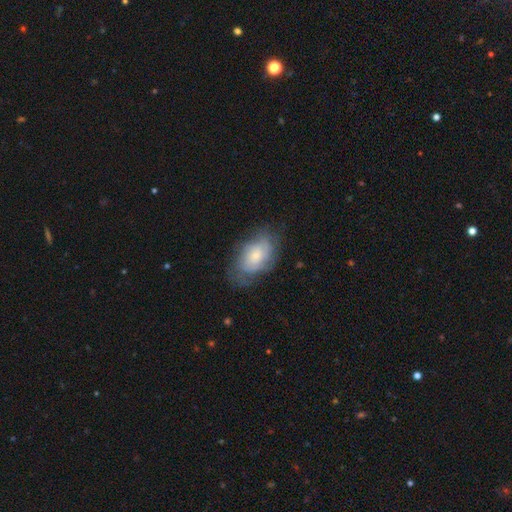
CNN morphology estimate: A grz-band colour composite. It shows a smooth galaxy with no disk features (47%). Merging: none (59%).